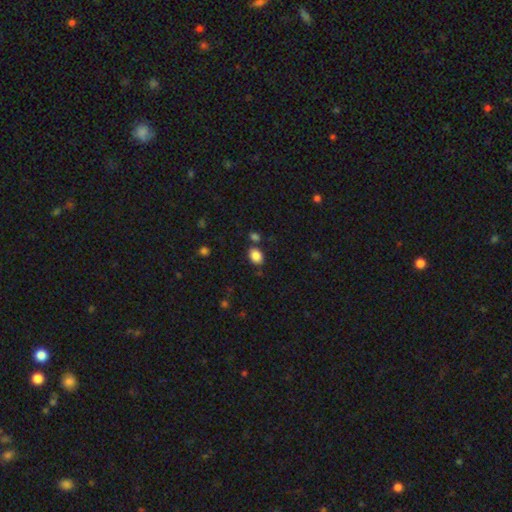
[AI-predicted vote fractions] smooth_or_featured: smooth (p=0.86) [alt: star or artifact p=0.09]
how_rounded: in between (p=0.68) [alt: round p=0.31]
merging: none (p=0.76) [alt: minor disturbance p=0.11]